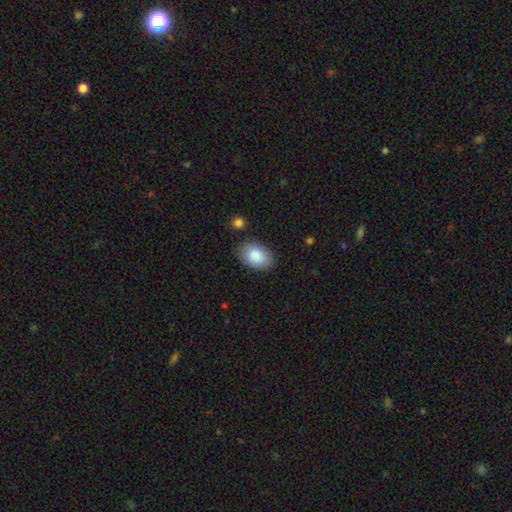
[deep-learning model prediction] The model was most divided on "merging": none: 82%, minor disturbance: 13%, major disturbance: 3%, merger: 2%. More confident: smooth or featured — smooth (88%); how rounded — in between (87%).